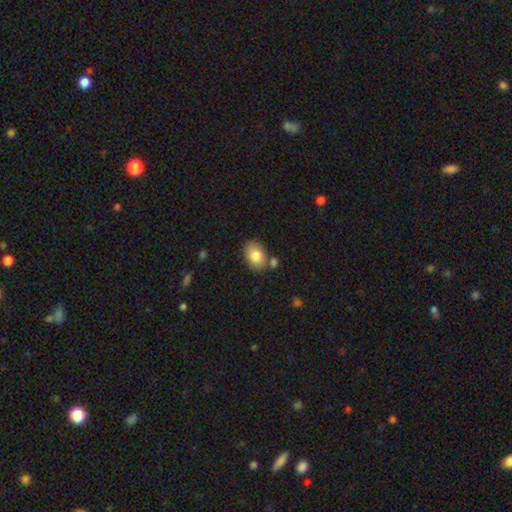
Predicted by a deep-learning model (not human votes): This is clearly a smooth galaxy (82%). How rounded: clearly in between (82%). Merging: likely none (73%).